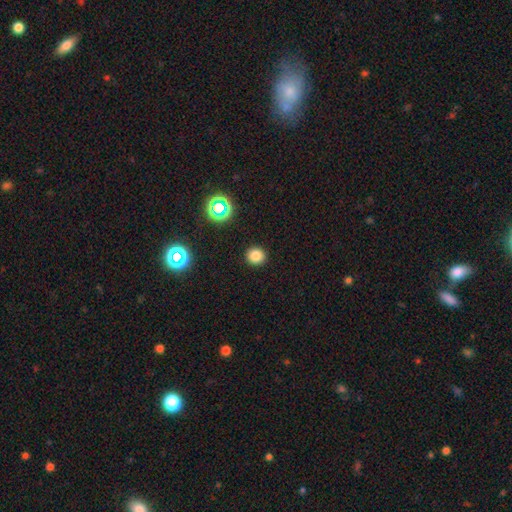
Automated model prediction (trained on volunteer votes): Overall: smooth (80%). How rounded: round (89%). Merging: none (92%).